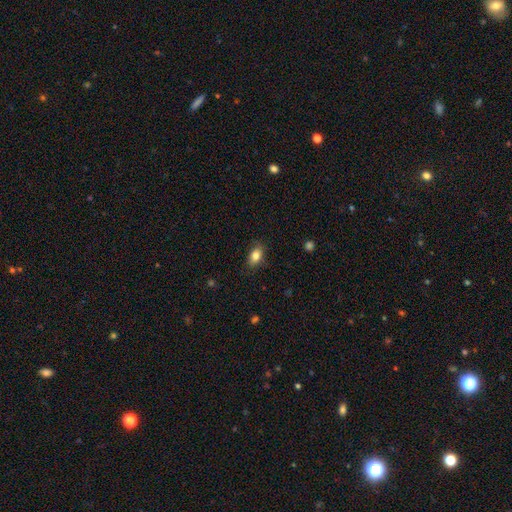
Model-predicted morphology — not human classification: Smooth or featured: smooth — 83% (featured or disk — 9%)
How rounded: in between — 87% (round — 9%)
Merging: none — 83% (minor disturbance — 13%)